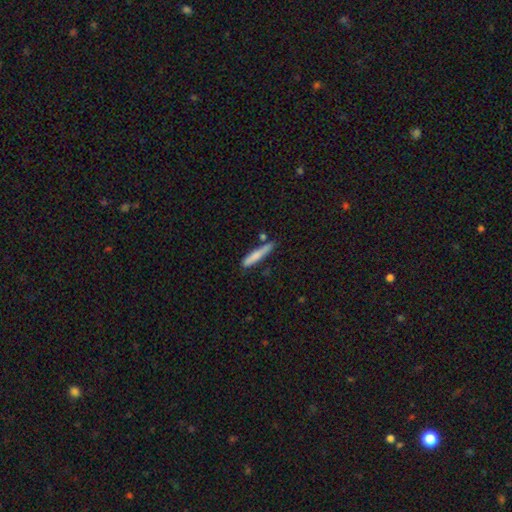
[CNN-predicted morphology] Smooth or featured? Predicted: smooth (p=0.75). How rounded? Predicted: cigar-shaped (p=0.91). Merging? Predicted: none (p=0.71).